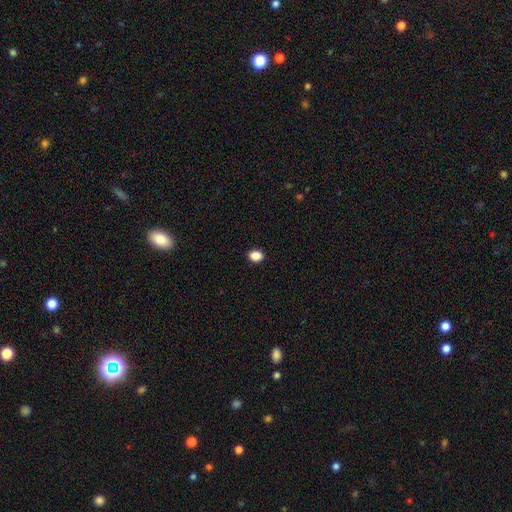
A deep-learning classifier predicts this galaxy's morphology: Q: Smooth or featured?
A: smooth (87%); runner-up: star or artifact (10%)
Q: How rounded?
A: in between (58%); runner-up: round (41%)
Q: Merging?
A: none (91%); runner-up: minor disturbance (7%)